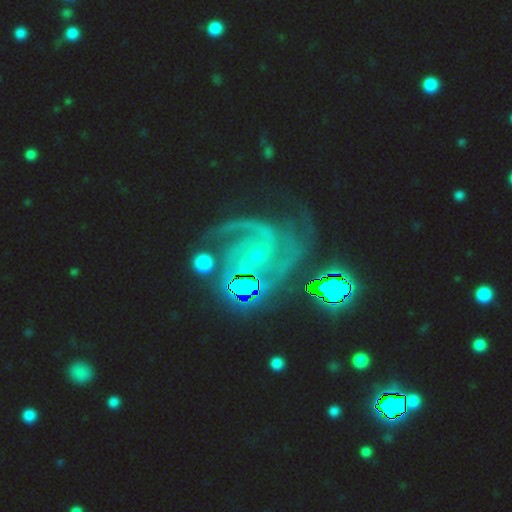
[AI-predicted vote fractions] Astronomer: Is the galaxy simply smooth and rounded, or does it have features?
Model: featured or disk — 85%.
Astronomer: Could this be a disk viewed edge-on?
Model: no — 98%.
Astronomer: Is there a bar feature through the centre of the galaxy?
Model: no — 48% (runner-up: weak, 35%).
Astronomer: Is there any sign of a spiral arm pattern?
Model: yes — 97%.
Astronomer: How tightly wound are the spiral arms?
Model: medium — 51% (runner-up: tight, 31%).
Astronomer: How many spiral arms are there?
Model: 2 — 61%.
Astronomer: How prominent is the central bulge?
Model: small — 63%.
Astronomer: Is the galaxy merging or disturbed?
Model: none — 52%.